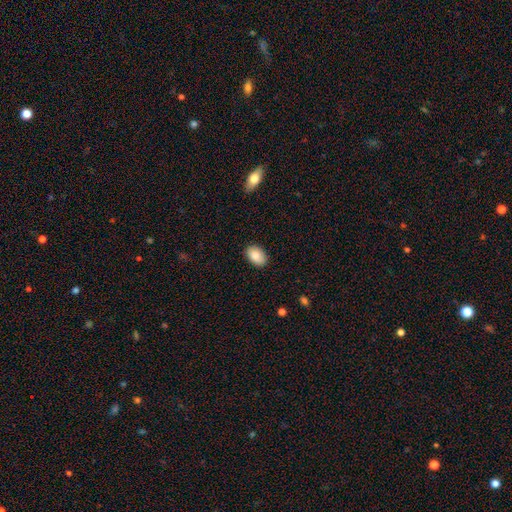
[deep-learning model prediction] Overall: smooth (86%). How rounded: in between (89%). Merging: none (88%).